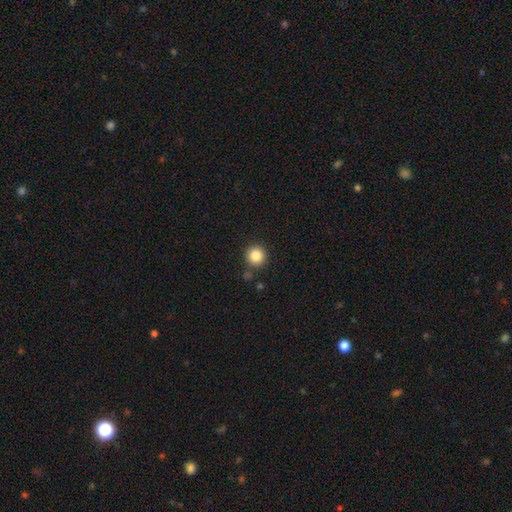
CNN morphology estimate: Smooth or featured? smooth (85%)
How rounded? round (94%)
Merging? none (85%)